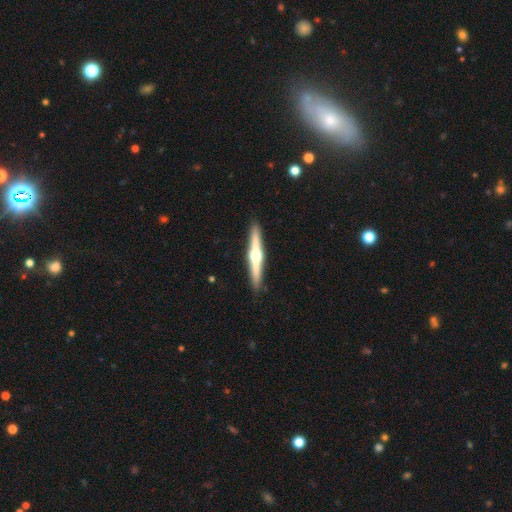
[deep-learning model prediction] smooth-or-featured: featured or disk: 75% | smooth: 21% | star or artifact: 5%
  disk-edge-on: yes: 98% | no: 2%
    edge-on-bulge: rounded: 95% | boxy: 3% | none: 2%
  merging: none: 91% | minor disturbance: 6% | major disturbance: 1% | merger: 1%